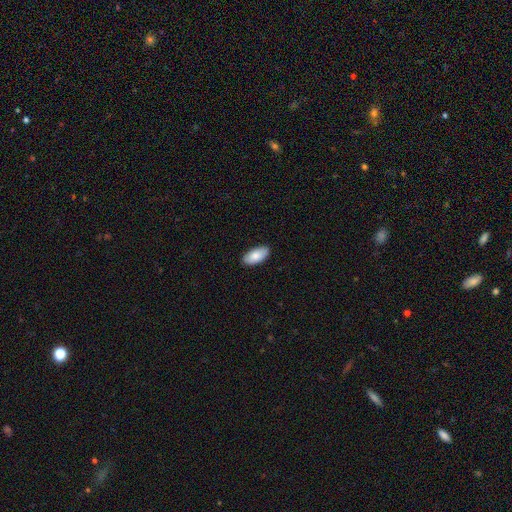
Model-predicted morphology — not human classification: This appears to be a smooth galaxy with no disk features (85%) that is in between round and cigar-shaped (94%). Merging: none (88%).